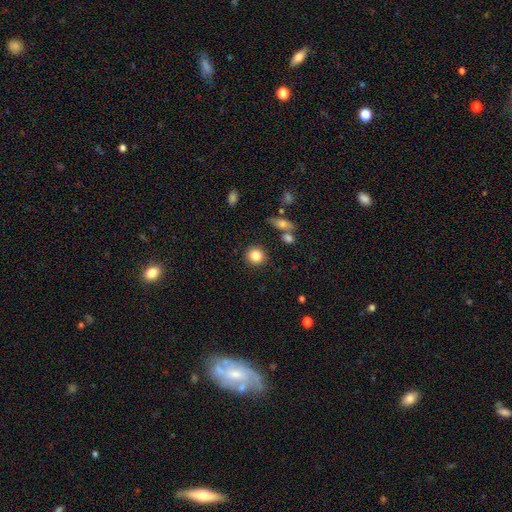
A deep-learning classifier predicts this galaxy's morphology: This is clearly a smooth galaxy (84%). How rounded: clearly round (90%). Merging: clearly none (86%).